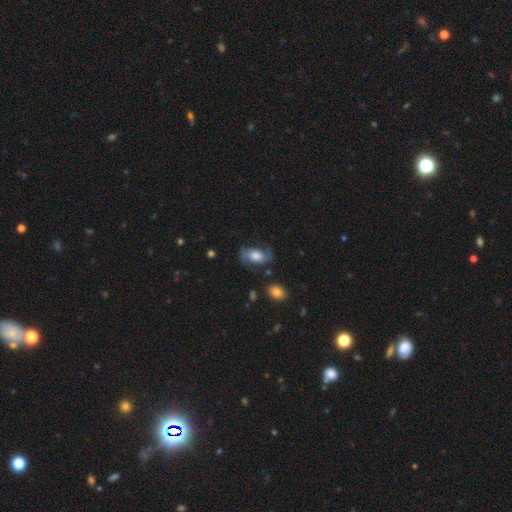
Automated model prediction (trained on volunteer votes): A featured or disk galaxy (65%) with no bar (58%), 2 (89%) medium (44%) spiral arms (88%) and a large central bulge (40%).

Vote fractions:
- Smooth or featured? featured or disk: 65% / smooth: 27% / star or artifact: 8%
- Edge-on disk? no: 96% / yes: 4%
- Bar? no: 58% / weak: 32% / strong: 9%
- Spiral arms? yes: 88% / no: 12%
- Spiral winding? medium: 44% / loose: 41% / tight: 15%
- Spiral arm count? 2: 89% / can't tell: 5% / 1: 3% / 3: 1% / 4: 1% / more than 4: 1%
- Bulge size? large: 40% / moderate: 34% / small: 14% / dominant: 7% / none: 6%
- Merging? none: 66% / minor disturbance: 19% / major disturbance: 13% / merger: 2%